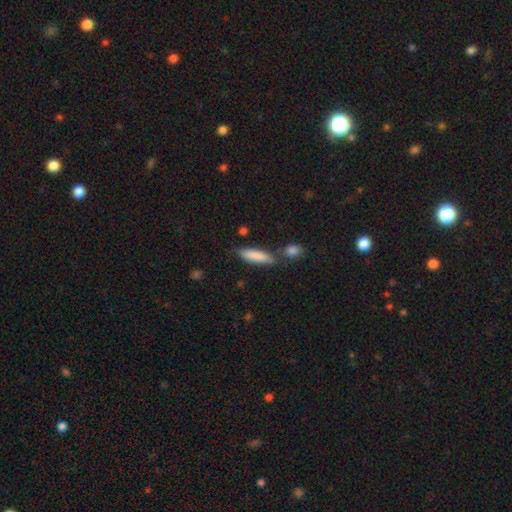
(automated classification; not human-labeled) Smooth or featured?
  - smooth: 84% *
  - featured or disk: 10%
  - star or artifact: 6%
How rounded?
  - cigar-shaped: 68% *
  - in between: 30%
  - round: 2%
Merging?
  - none: 68% *
  - minor disturbance: 15%
  - merger: 13%
  - major disturbance: 4%